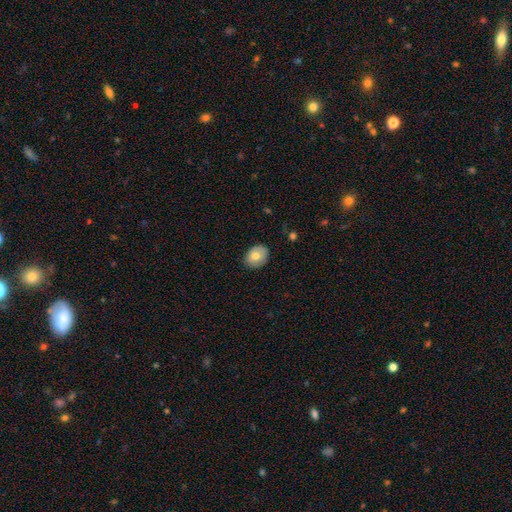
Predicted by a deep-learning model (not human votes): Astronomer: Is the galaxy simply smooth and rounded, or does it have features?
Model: smooth — 75%.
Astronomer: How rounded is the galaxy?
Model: in between — 58% (runner-up: round, 41%).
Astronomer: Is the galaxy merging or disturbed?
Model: none — 84%.